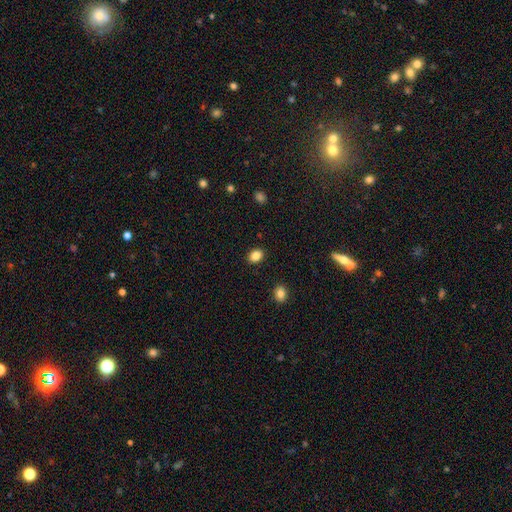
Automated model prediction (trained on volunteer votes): Q: Smooth or featured?
A: smooth (86%); runner-up: star or artifact (10%)
Q: How rounded?
A: in between (64%); runner-up: round (35%)
Q: Merging?
A: none (89%); runner-up: minor disturbance (7%)